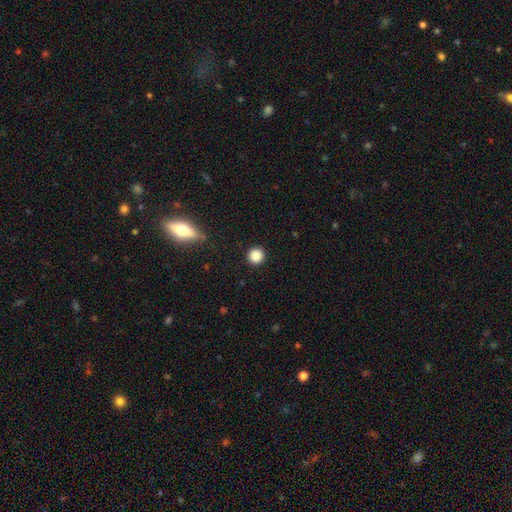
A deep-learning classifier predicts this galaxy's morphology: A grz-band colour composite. It shows a smooth galaxy with no disk features (86%) that is round (95%). Merging: none (92%).